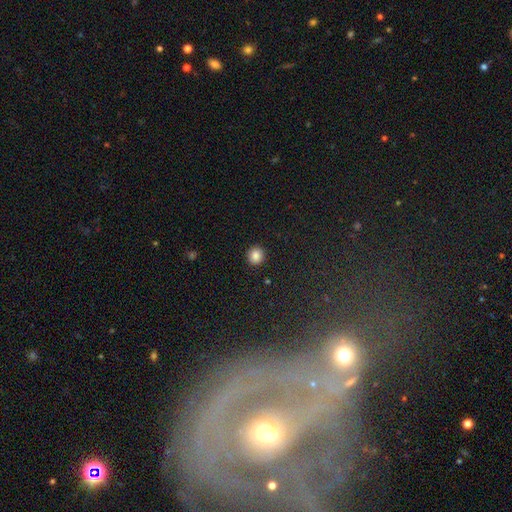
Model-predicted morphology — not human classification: Q: Smooth or featured?
A: smooth (86%); runner-up: star or artifact (10%)
Q: How rounded?
A: round (93%); runner-up: in between (6%)
Q: Merging?
A: none (93%); runner-up: minor disturbance (5%)